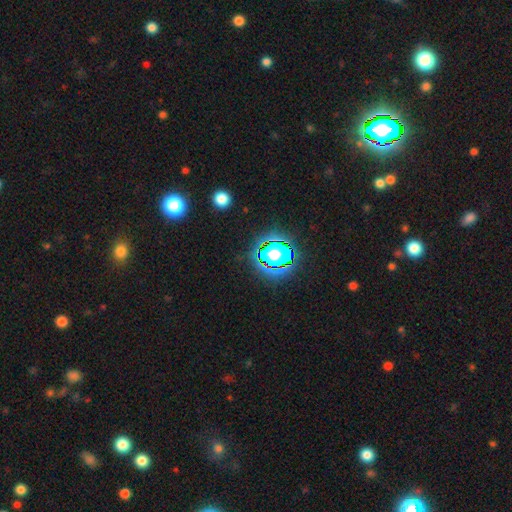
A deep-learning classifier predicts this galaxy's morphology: smooth_or_featured: star or artifact (p=0.79) [alt: smooth p=0.13]